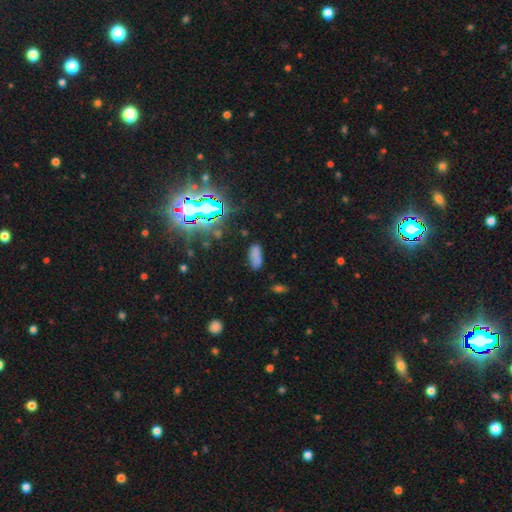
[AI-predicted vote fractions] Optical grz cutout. It shows a smooth galaxy with no disk features (73%) that is in between round and cigar-shaped (75%). Merging: none (77%).